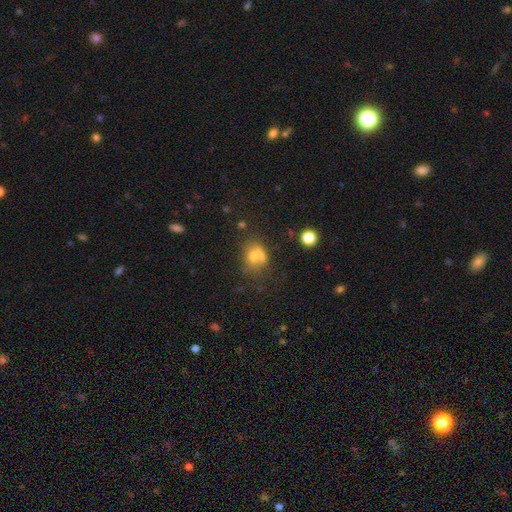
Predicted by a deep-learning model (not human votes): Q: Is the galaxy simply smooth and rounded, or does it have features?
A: smooth — 64%.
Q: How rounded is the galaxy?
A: round — 57%.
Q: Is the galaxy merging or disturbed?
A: merger — 39%.